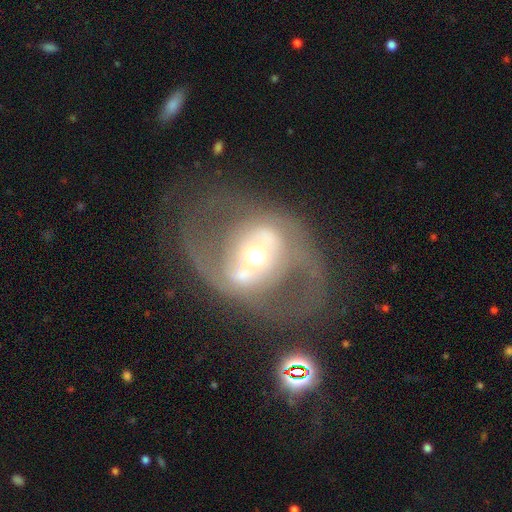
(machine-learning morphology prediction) A featured or disk galaxy (76%) with no bar (47%), spiral arms (54%) and a moderate central bulge (62%).

Vote fractions:
- Smooth or featured? featured or disk: 76% / smooth: 17% / star or artifact: 7%
- Edge-on disk? no: 94% / yes: 6%
- Bar? no: 47% / weak: 27% / strong: 26%
- Spiral arms? yes: 54% / no: 46%
- Bulge size? moderate: 62% / small: 23% / large: 12% / dominant: 2% / none: 1%
- Merging? none: 57% / major disturbance: 20% / minor disturbance: 15% / merger: 9%